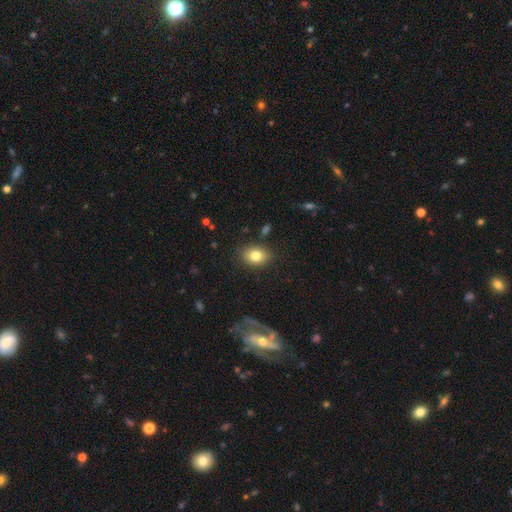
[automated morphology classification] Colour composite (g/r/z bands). It shows a smooth galaxy with no disk features (81%) that is in between round and cigar-shaped (65%). Merging: none (85%).